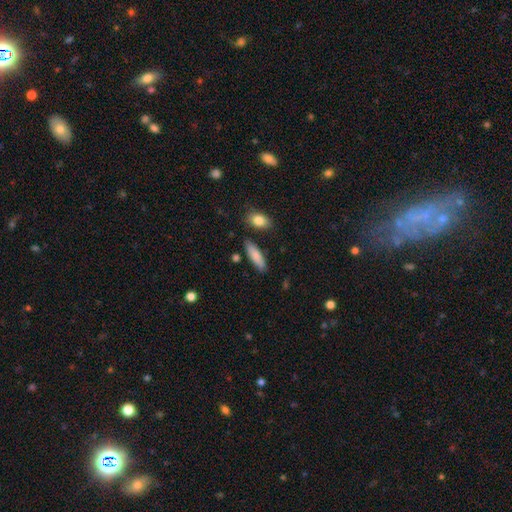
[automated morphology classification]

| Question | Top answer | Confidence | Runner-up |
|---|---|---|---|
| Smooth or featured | smooth | 85% | featured or disk (9%) |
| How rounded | cigar-shaped | 53% | in between (45%) |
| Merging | none | 83% | minor disturbance (11%) |